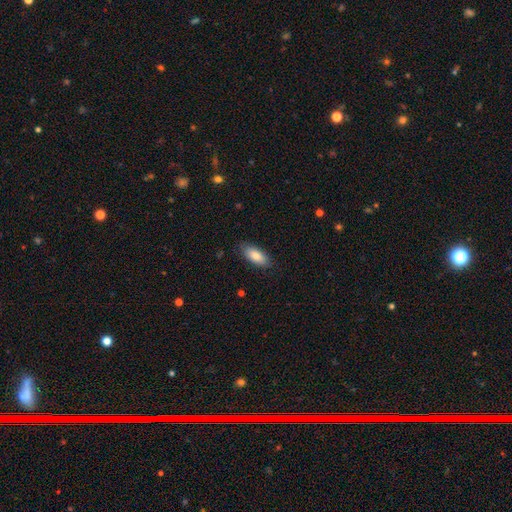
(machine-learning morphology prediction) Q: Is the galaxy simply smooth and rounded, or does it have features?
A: smooth — 83%.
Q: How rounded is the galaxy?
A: in between — 85%.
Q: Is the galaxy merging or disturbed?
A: none — 85%.